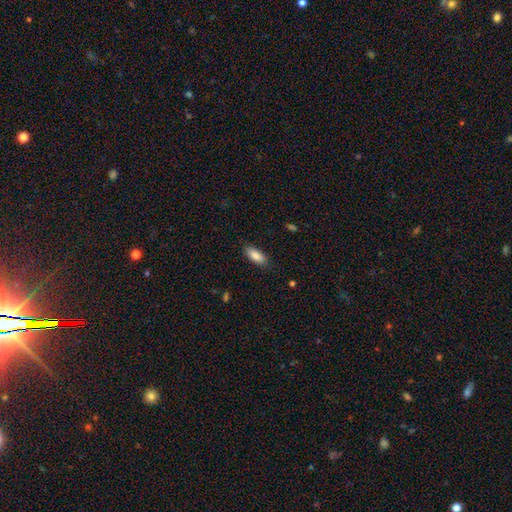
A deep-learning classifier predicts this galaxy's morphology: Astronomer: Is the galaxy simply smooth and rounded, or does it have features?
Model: smooth — 87%.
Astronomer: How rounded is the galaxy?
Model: in between — 79%.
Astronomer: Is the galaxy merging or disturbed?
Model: none — 84%.